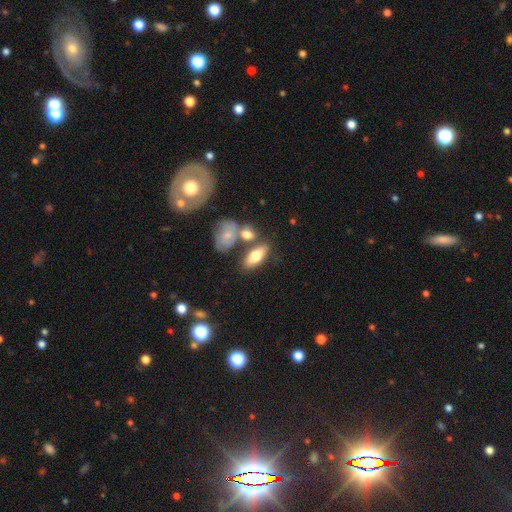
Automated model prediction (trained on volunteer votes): The model was most divided on "smooth or featured": smooth: 66%, featured or disk: 27%, star or artifact: 8%. More confident: how rounded — in between (80%); merging — none (62%).